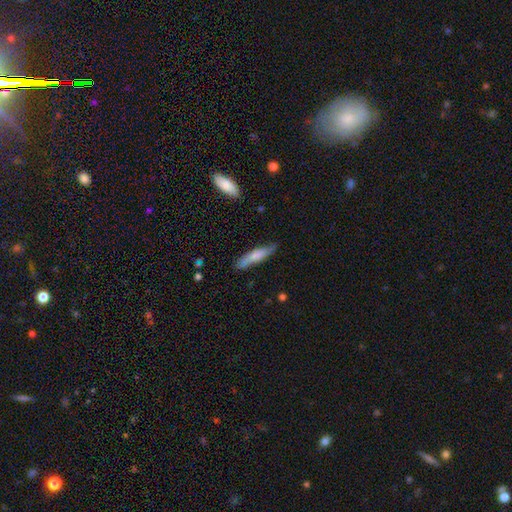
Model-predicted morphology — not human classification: Smooth or featured: smooth — 68% (featured or disk — 27%)
How rounded: cigar-shaped — 81% (in between — 17%)
Merging: none — 77% (minor disturbance — 18%)